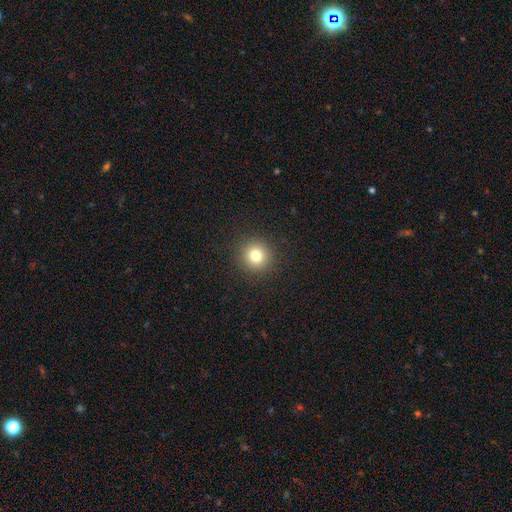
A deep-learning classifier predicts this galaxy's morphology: type=smooth (79%); roundness=round (93%); merging=none (91%).